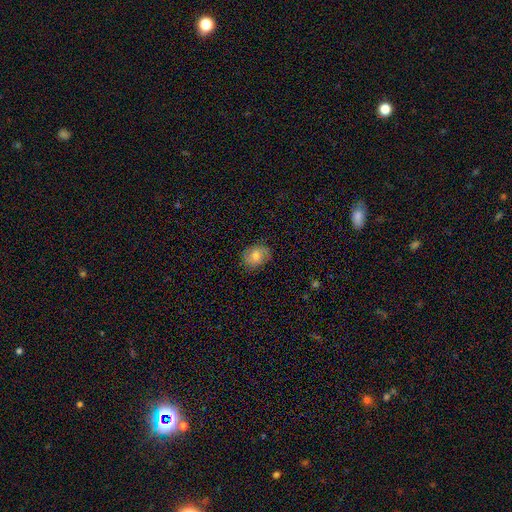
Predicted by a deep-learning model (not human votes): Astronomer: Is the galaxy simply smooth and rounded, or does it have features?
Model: smooth — 68%.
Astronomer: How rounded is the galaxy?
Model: round — 51% (runner-up: in between, 47%).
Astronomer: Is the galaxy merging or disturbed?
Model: none — 78%.